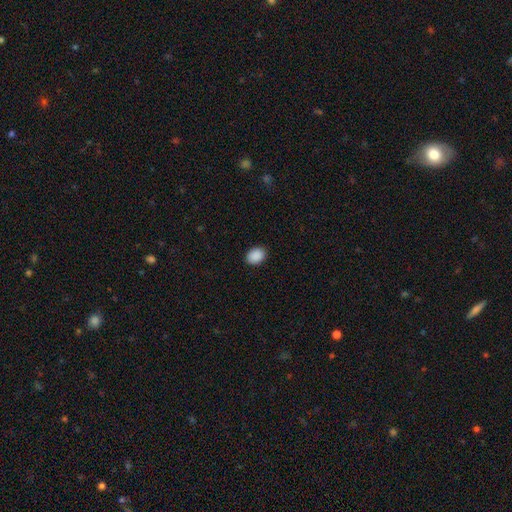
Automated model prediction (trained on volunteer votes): smooth_or_featured: smooth (p=0.90) [alt: star or artifact p=0.08]
how_rounded: in between (p=0.67) [alt: round p=0.33]
merging: none (p=0.89) [alt: minor disturbance p=0.08]